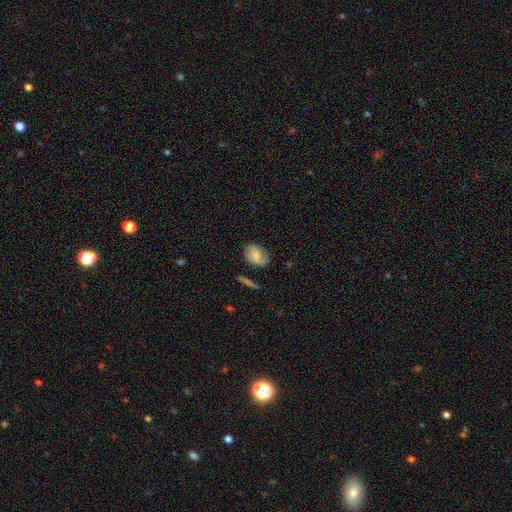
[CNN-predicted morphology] A smooth galaxy with no disk features (69%) that is in between round and cigar-shaped (80%).

Vote fractions:
- Smooth or featured? smooth: 69% / featured or disk: 23% / star or artifact: 8%
- How rounded? in between: 80% / round: 18% / cigar-shaped: 2%
- Merging? none: 66% / minor disturbance: 24% / major disturbance: 7% / merger: 3%